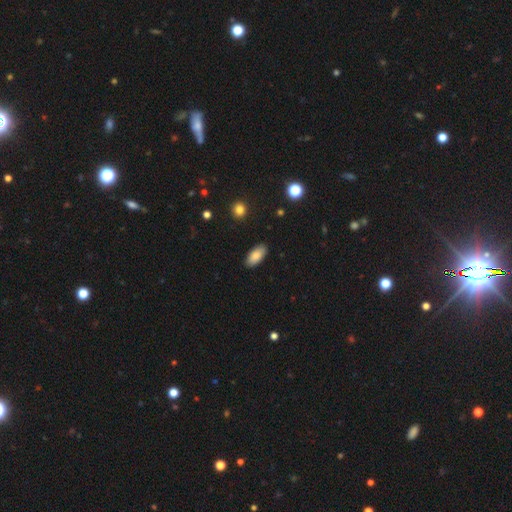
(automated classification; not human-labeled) Smooth or featured? Predicted: smooth (p=0.85). How rounded? Predicted: in between (p=0.90). Merging? Predicted: none (p=0.88).